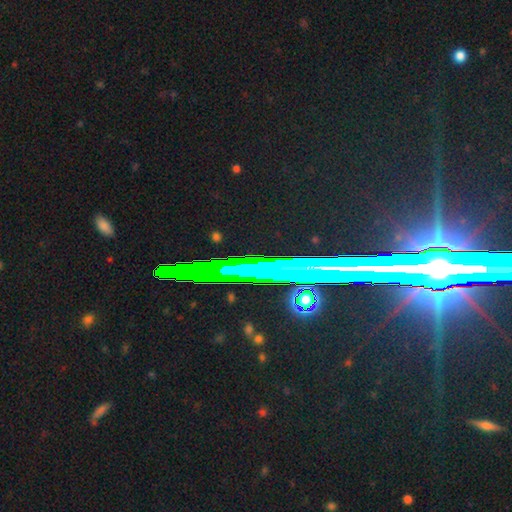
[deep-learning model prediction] This appears to be a star or artifact, not a galaxy (76%).